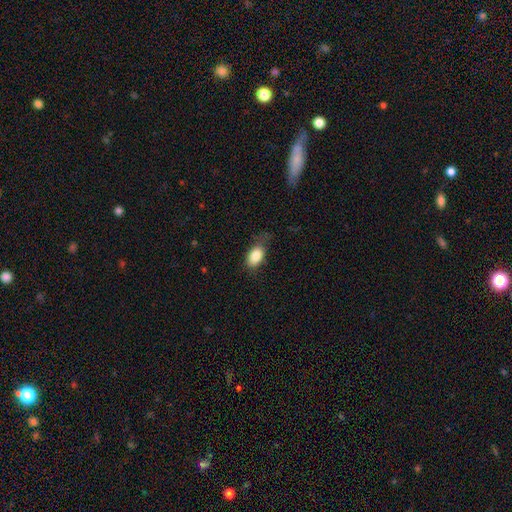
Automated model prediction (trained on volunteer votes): Q: Smooth or featured?
A: smooth (85%); runner-up: star or artifact (8%)
Q: How rounded?
A: in between (90%); runner-up: round (8%)
Q: Merging?
A: none (56%); runner-up: minor disturbance (30%)